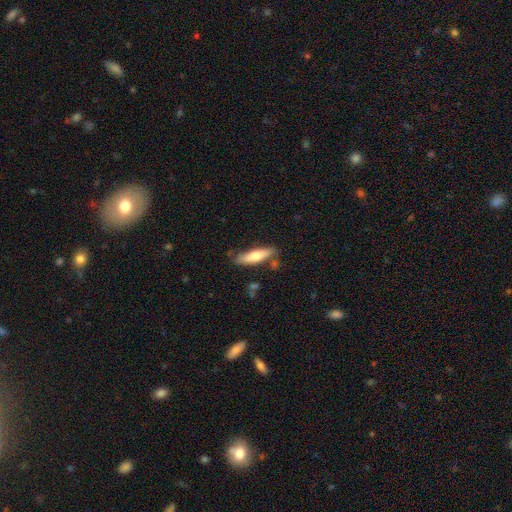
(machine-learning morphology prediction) Smooth or featured?
  - smooth: 66% *
  - featured or disk: 29%
  - star or artifact: 6%
How rounded?
  - cigar-shaped: 66% *
  - in between: 33%
  - round: 2%
Merging?
  - none: 77% *
  - minor disturbance: 15%
  - merger: 5%
  - major disturbance: 3%